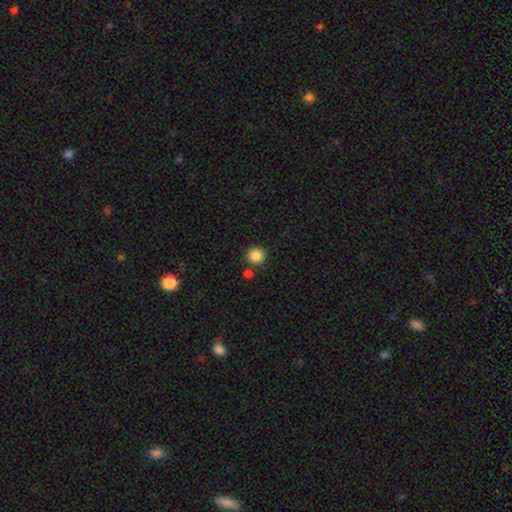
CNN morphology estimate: A smooth galaxy with no disk features (87%) that is round (93%). Merging: none (81%).